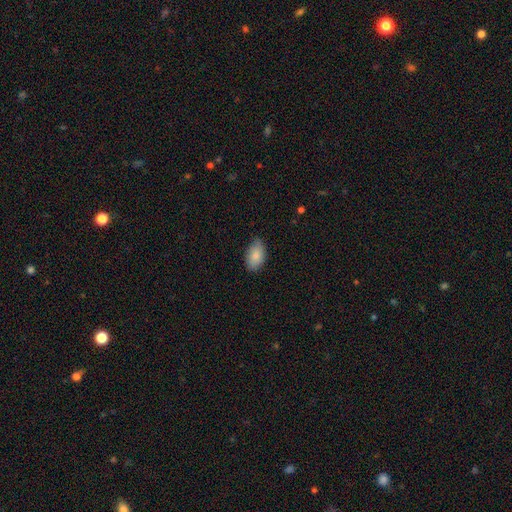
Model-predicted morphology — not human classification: This appears to be a smooth galaxy with no disk features (84%) that is in between round and cigar-shaped (93%). Merging: none (78%).